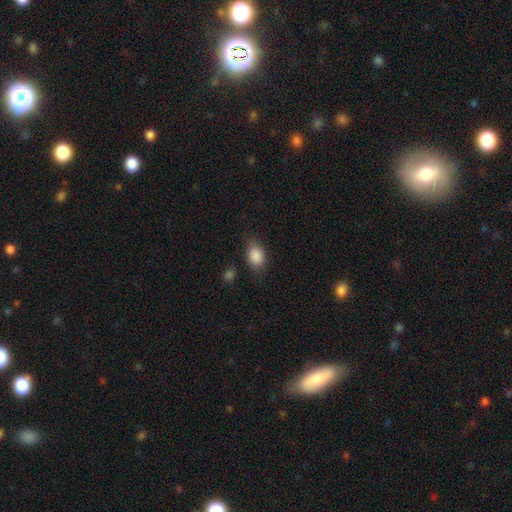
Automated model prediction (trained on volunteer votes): smooth 87%, star or artifact 8%, featured or disk 5%. Down the decision tree: how rounded — in between (77%); merging — none (71%).